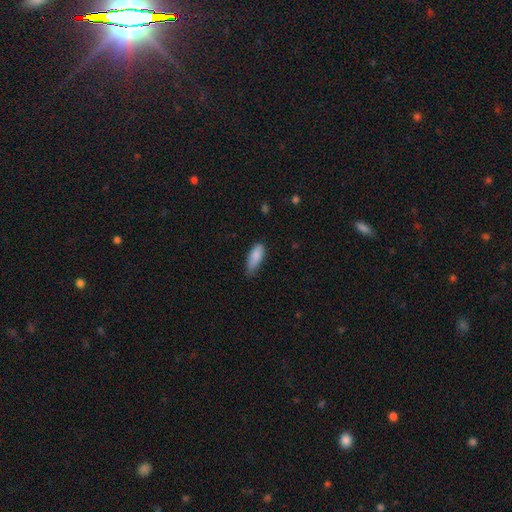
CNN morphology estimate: smooth_or_featured: smooth (p=0.86) [alt: featured or disk p=0.08]
how_rounded: in between (p=0.75) [alt: cigar-shaped p=0.23]
merging: none (p=0.56) [alt: minor disturbance p=0.36]